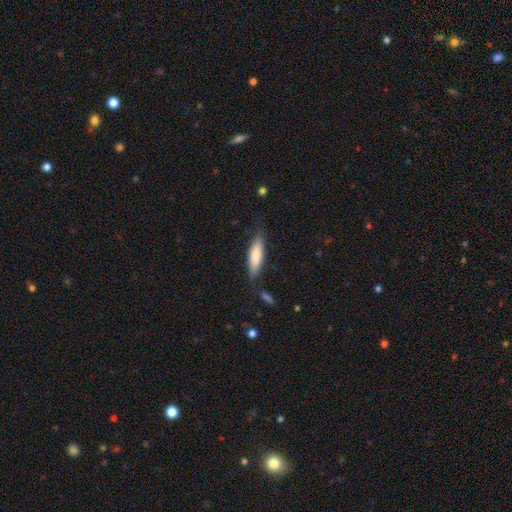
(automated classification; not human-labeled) Q: Smooth or featured?
A: smooth (80%); runner-up: featured or disk (15%)
Q: How rounded?
A: cigar-shaped (64%); runner-up: in between (35%)
Q: Merging?
A: none (79%); runner-up: minor disturbance (15%)